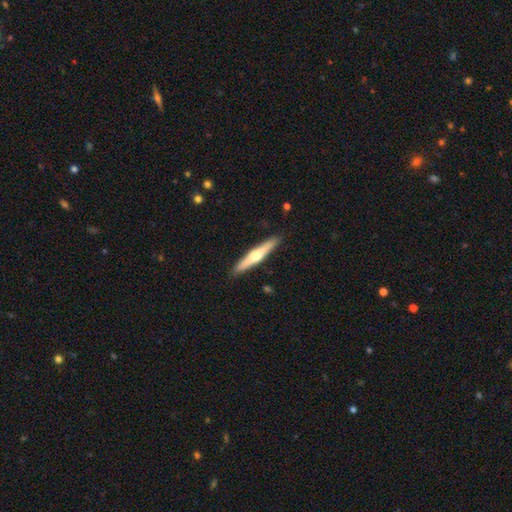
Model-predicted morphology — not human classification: Overall: featured or disk (55%; smooth 40%). Edge-on disk: yes (96%). Edge-on bulge: rounded (89%). Merging: none (91%).